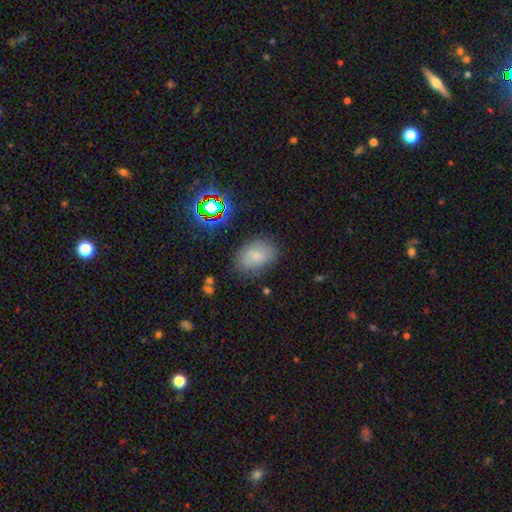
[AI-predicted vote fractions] smooth 73%, star or artifact 14%, featured or disk 13%. Down the decision tree: how rounded — in between (81%); merging — none (76%).